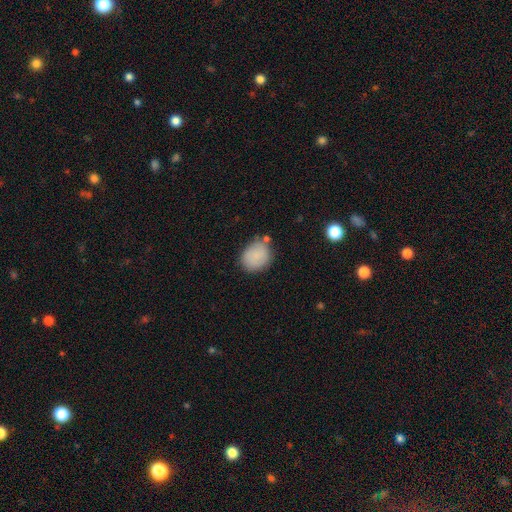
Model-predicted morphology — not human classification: Smooth or featured: smooth — 85% (star or artifact — 8%)
How rounded: round — 53% (in between — 46%)
Merging: none — 68% (minor disturbance — 19%)